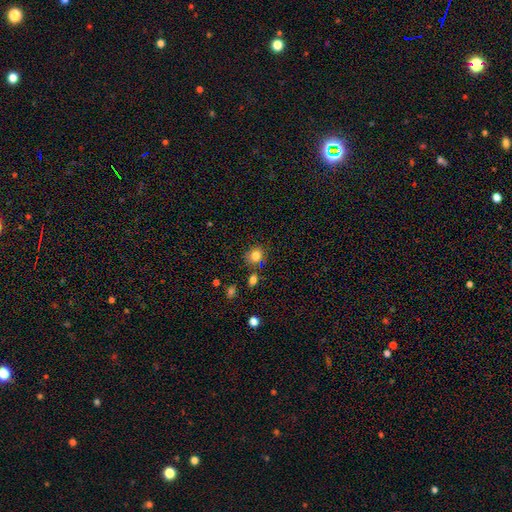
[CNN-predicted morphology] Smooth or featured? Predicted: smooth (p=0.81). How rounded? Predicted: round (p=0.73). Merging? Predicted: none (p=0.76).